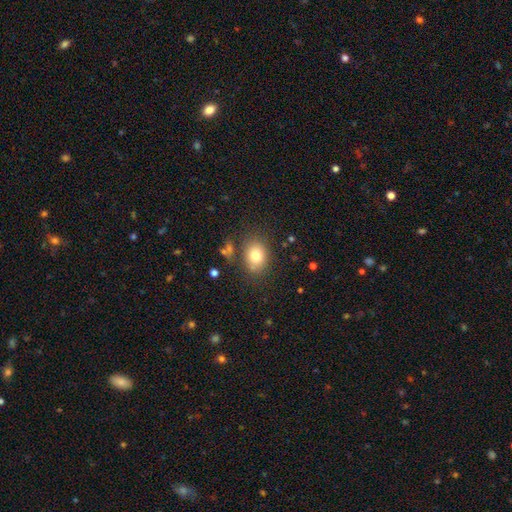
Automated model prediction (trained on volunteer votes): Smooth or featured? smooth (78%)
How rounded? in between (56%)
Merging? none (77%)